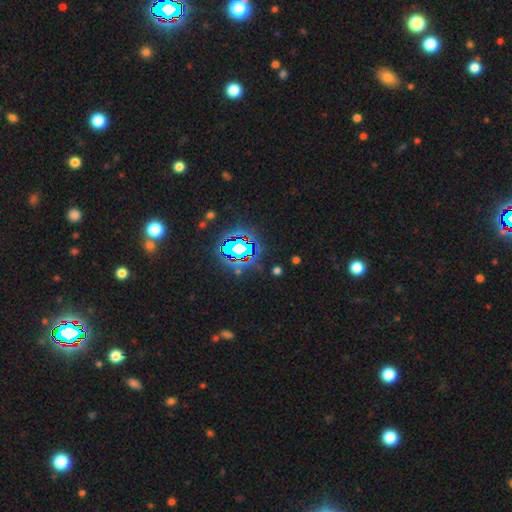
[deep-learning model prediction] Smooth or featured? Predicted: star or artifact (p=0.81).